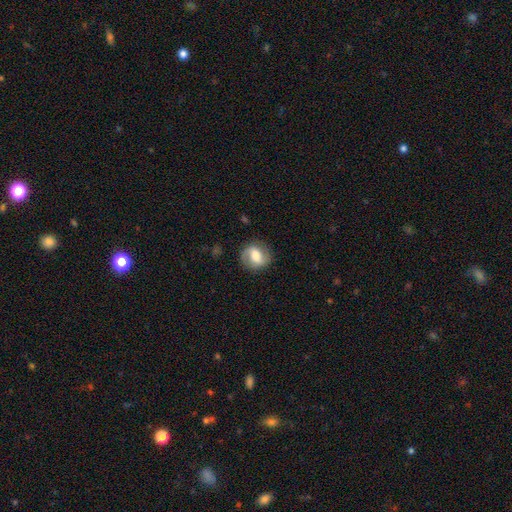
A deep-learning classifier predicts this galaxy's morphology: smooth_or_featured: featured or disk (p=0.51) [alt: smooth p=0.42]
disk_edge_on: no (p=0.95) [alt: yes p=0.05]
merging: none (p=0.83) [alt: minor disturbance p=0.12]